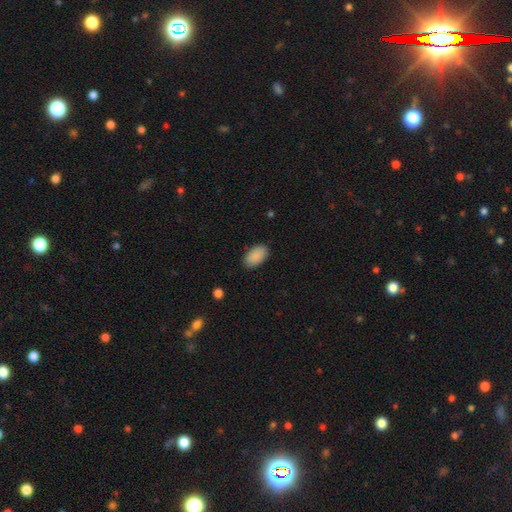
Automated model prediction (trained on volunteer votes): Morphology: type=smooth (90%); roundness=in between (94%); merging=none (88%).